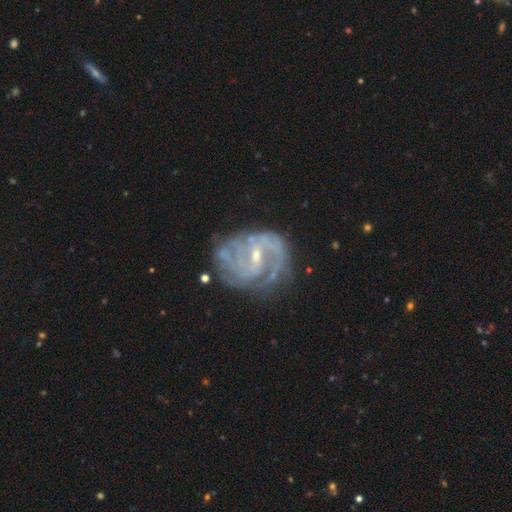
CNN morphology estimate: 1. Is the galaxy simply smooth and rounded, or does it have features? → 87% featured or disk, 7% smooth, 6% star or artifact.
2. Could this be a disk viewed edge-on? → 98% no, 2% yes.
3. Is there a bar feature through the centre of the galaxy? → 54% weak, 24% strong, 23% no.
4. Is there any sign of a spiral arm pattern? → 94% yes, 6% no.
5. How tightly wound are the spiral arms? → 44% tight, 42% medium, 14% loose.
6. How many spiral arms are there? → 35% 2, 28% can't tell, 18% 3, 8% 4, 6% 1, 5% more than 4.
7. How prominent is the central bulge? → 70% small, 25% moderate, 3% none, 1% large, 1% dominant.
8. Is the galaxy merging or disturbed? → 60% none, 22% minor disturbance, 15% major disturbance, 3% merger.